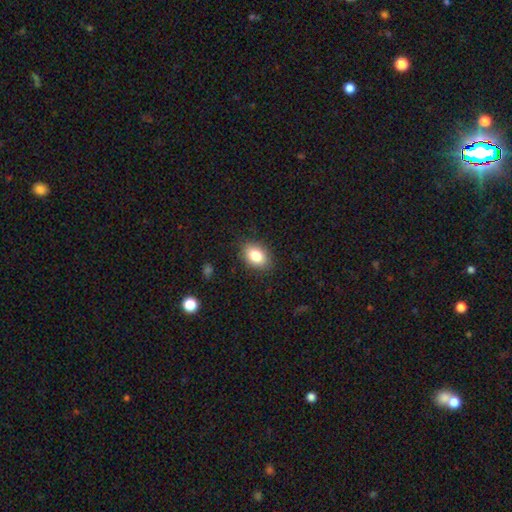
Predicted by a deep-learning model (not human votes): Smooth or featured?
  - smooth: 84% *
  - star or artifact: 8%
  - featured or disk: 8%
How rounded?
  - in between: 81% *
  - round: 18%
  - cigar-shaped: 1%
Merging?
  - none: 85% *
  - minor disturbance: 11%
  - major disturbance: 3%
  - merger: 1%